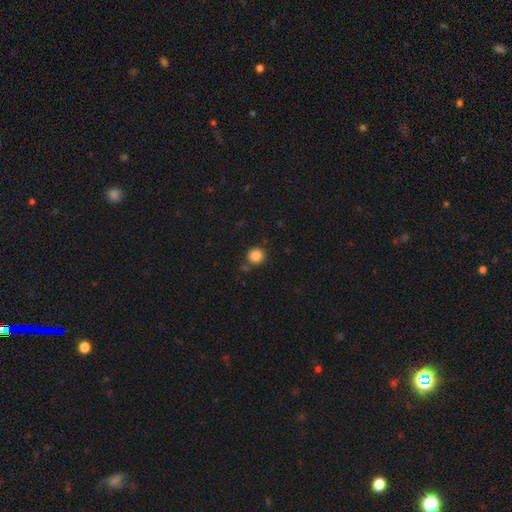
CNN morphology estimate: smooth_or_featured: smooth (p=0.86) [alt: star or artifact p=0.10]
how_rounded: round (p=0.93) [alt: in between p=0.06]
merging: none (p=0.84) [alt: minor disturbance p=0.08]